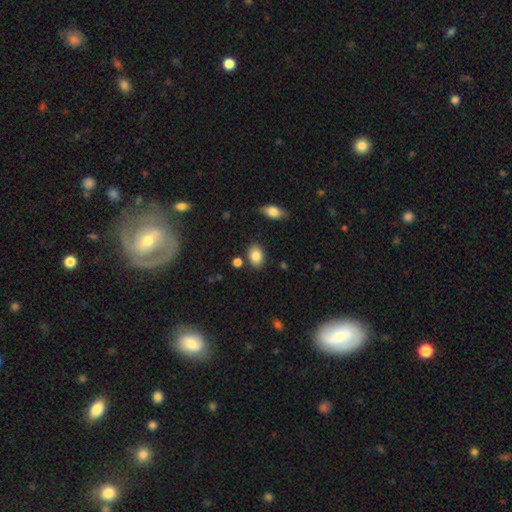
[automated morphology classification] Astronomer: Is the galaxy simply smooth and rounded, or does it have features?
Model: smooth — 85%.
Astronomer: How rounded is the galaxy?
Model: in between — 82%.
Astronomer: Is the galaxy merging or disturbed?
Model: none — 81%.